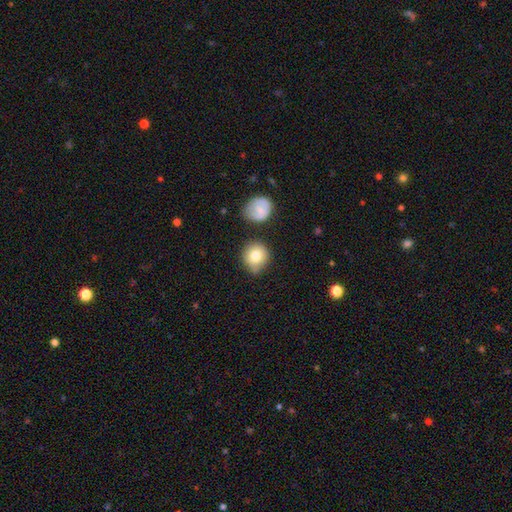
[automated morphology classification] The model was most divided on "merging": none: 71%, minor disturbance: 18%, merger: 7%, major disturbance: 4%. More confident: how rounded — round (90%); smooth or featured — smooth (80%).